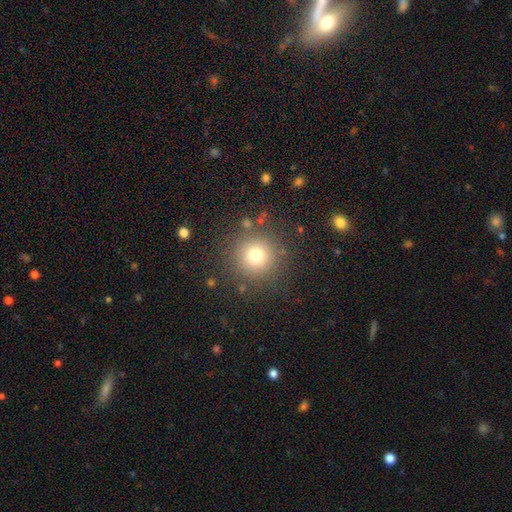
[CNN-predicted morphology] Smooth or featured: smooth — 74% (star or artifact — 16%)
How rounded: round — 95% (in between — 4%)
Merging: none — 86% (minor disturbance — 8%)